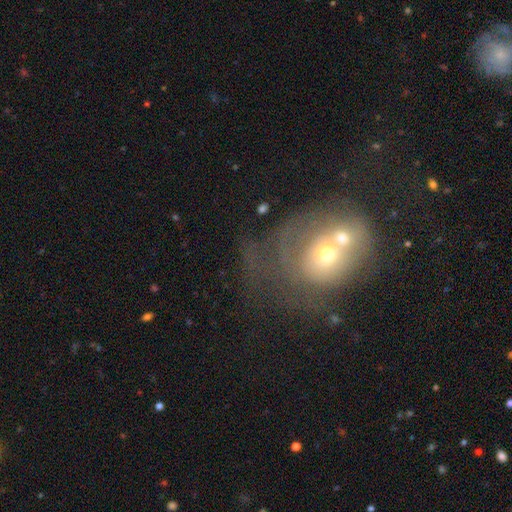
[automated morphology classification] smooth-or-featured: featured or disk: 43% | smooth: 42% | star or artifact: 15%
  merging: merger: 68% | major disturbance: 13% | none: 12% | minor disturbance: 7%